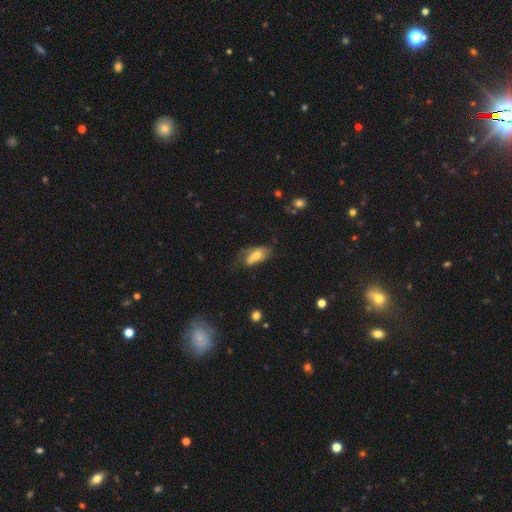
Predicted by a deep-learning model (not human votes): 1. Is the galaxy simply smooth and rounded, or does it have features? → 55% smooth, 38% featured or disk, 7% star or artifact.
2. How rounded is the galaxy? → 84% in between, 12% cigar-shaped, 3% round.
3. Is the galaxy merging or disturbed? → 41% none, 30% minor disturbance, 27% major disturbance, 2% merger.